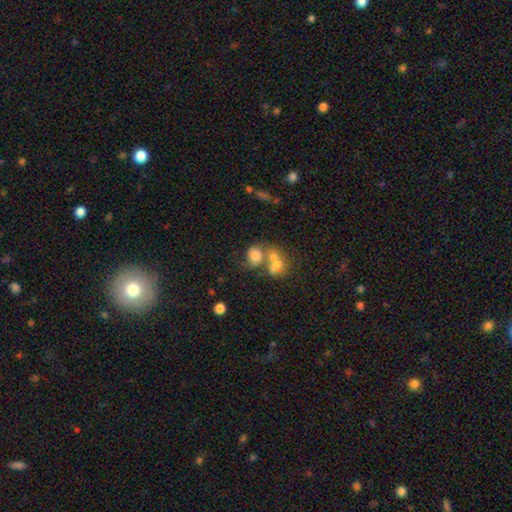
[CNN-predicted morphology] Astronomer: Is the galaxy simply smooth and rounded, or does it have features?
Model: smooth — 69%.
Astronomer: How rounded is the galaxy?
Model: round — 55% (runner-up: in between, 43%).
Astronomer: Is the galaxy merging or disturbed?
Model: merger — 53%.